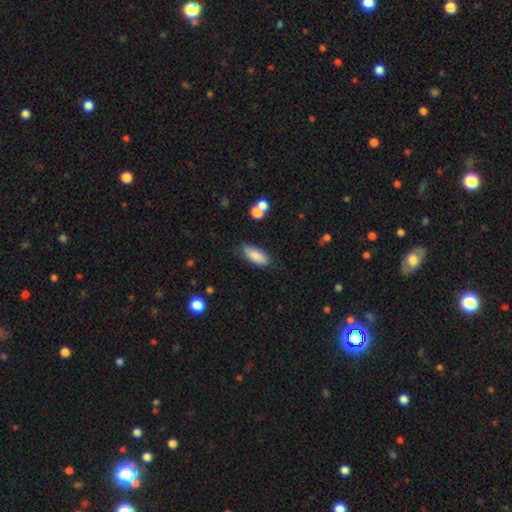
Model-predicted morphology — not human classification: Smooth or featured? Predicted: smooth (p=0.86). How rounded? Predicted: in between (p=0.79). Merging? Predicted: none (p=0.81).